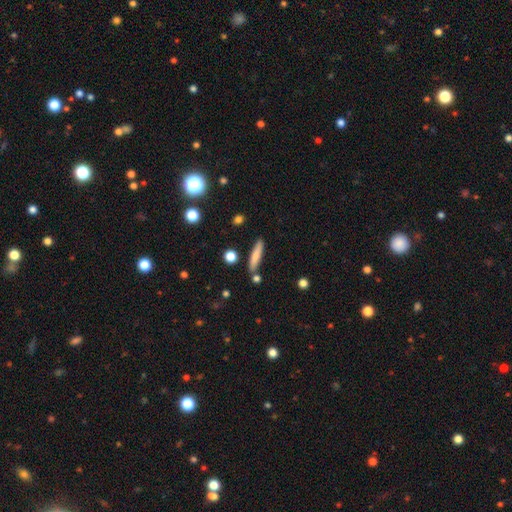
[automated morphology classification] This appears to be a smooth galaxy with no disk features (75%) that is cigar-shaped (88%). Merging: none (82%).